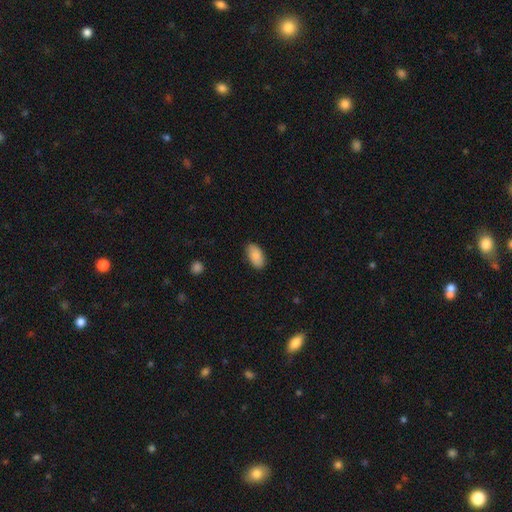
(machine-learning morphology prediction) This appears to be a smooth galaxy with no disk features (87%) that is in between round and cigar-shaped (94%). Merging: none (85%).